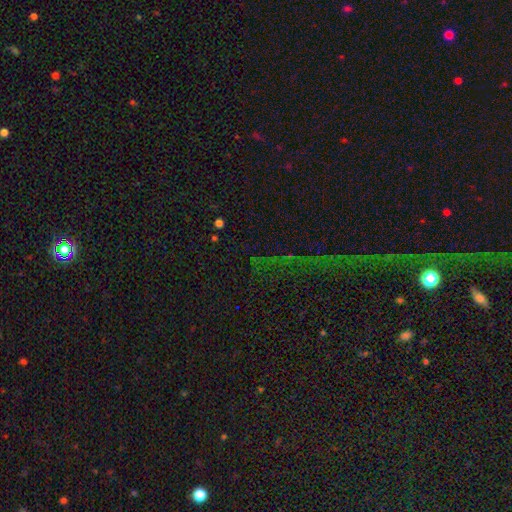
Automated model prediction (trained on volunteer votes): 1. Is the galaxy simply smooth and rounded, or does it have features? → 78% star or artifact, 13% smooth, 10% featured or disk.